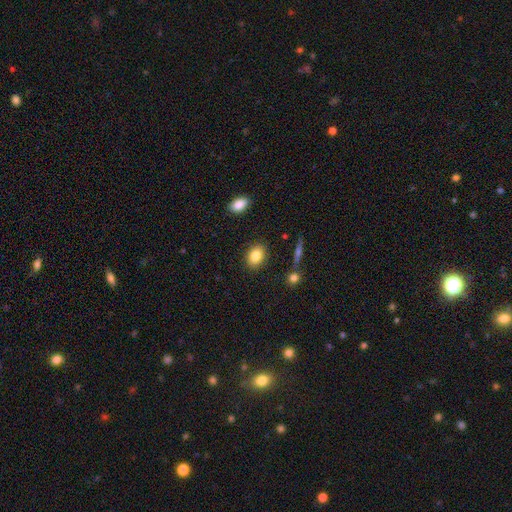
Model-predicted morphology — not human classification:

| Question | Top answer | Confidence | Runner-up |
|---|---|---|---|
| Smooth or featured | smooth | 84% | star or artifact (8%) |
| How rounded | in between | 73% | round (26%) |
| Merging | none | 87% | minor disturbance (8%) |